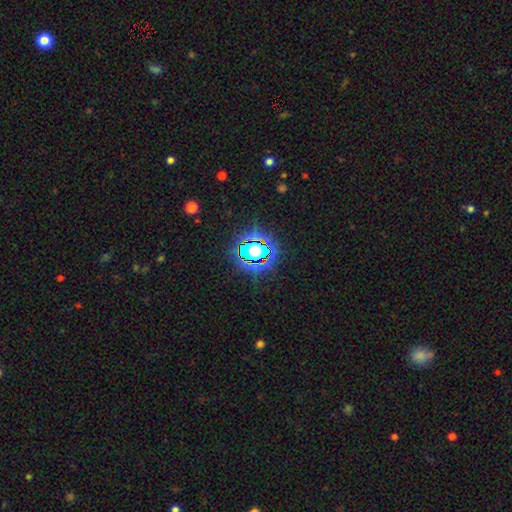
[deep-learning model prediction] Morphology: type=star or artifact (76%).